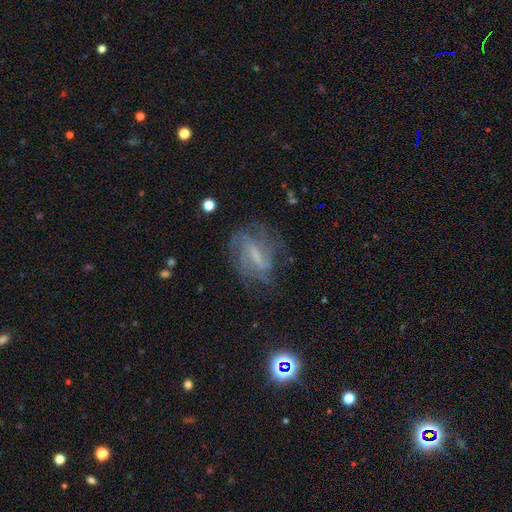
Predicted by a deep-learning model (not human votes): This appears to be a featured or disk galaxy (69%) with a weak bar (47%), tight (40%, tied with medium) spiral arms (80%) and a small central bulge (37%). Merging: none (63%).